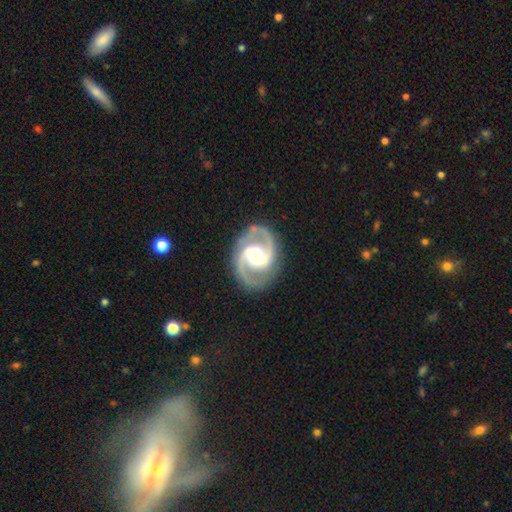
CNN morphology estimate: Q: Smooth or featured?
A: featured or disk (93%); runner-up: smooth (4%)
Q: Edge-on disk?
A: no (98%); runner-up: yes (2%)
Q: Bar?
A: weak (41%); runner-up: strong (38%)
Q: Spiral arms?
A: yes (98%); runner-up: no (2%)
Q: Spiral winding?
A: medium (64%); runner-up: tight (24%)
Q: Spiral arm count?
A: 2 (94%); runner-up: can't tell (1%)
Q: Bulge size?
A: moderate (62%); runner-up: large (23%)
Q: Merging?
A: none (86%); runner-up: minor disturbance (9%)